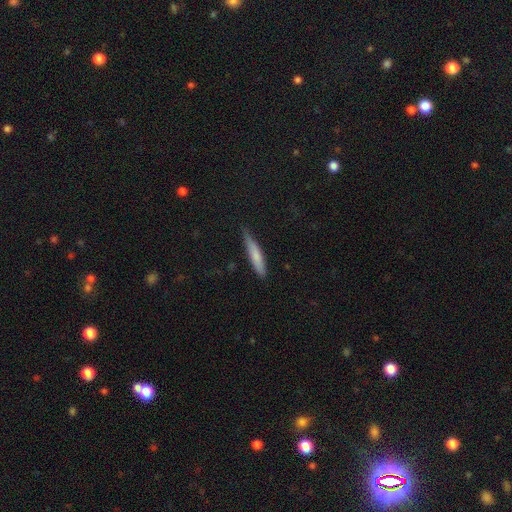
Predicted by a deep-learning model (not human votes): The model was most divided on "merging": none: 71%, minor disturbance: 24%, major disturbance: 3%, merger: 2%. More confident: how rounded — cigar-shaped (89%); smooth or featured — smooth (73%).